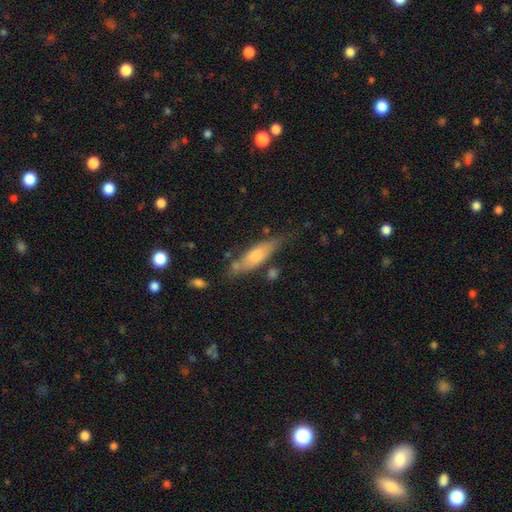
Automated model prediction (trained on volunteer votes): smooth_or_featured: smooth (p=0.64) [alt: featured or disk p=0.29]
how_rounded: cigar-shaped (p=0.61) [alt: in between p=0.37]
merging: none (p=0.64) [alt: minor disturbance p=0.23]